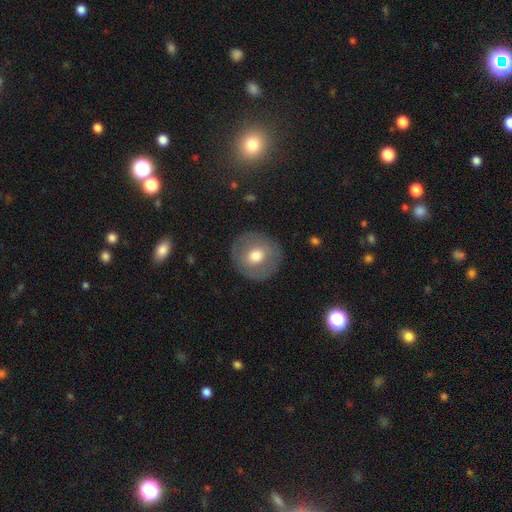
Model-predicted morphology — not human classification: smooth_or_featured: smooth (p=0.62) [alt: featured or disk p=0.30]
how_rounded: round (p=0.92) [alt: in between p=0.07]
merging: none (p=0.87) [alt: minor disturbance p=0.09]